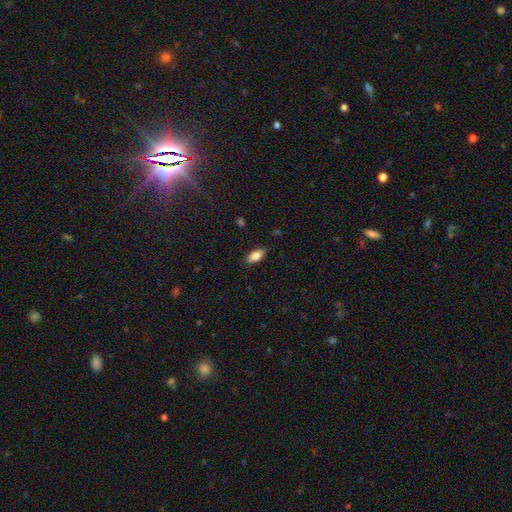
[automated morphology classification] smooth_or_featured: smooth (p=0.79) [alt: featured or disk p=0.14]
how_rounded: in between (p=0.88) [alt: cigar-shaped p=0.09]
merging: none (p=0.86) [alt: minor disturbance p=0.11]